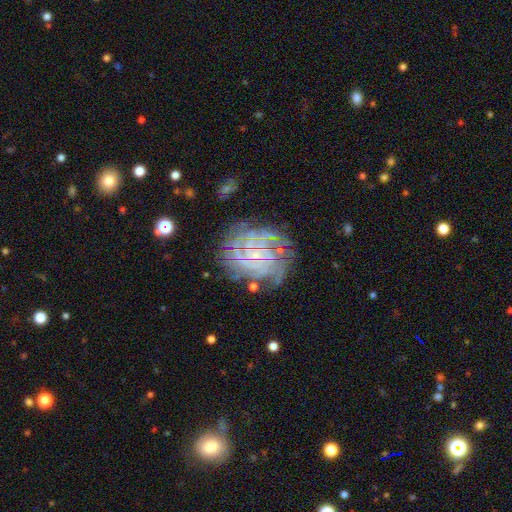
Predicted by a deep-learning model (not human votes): A featured or disk galaxy (77%) with no bar (53%), tight (74%) spiral arms (90%) and a small central bulge (64%).

Vote fractions:
- Smooth or featured? featured or disk: 77% / star or artifact: 12% / smooth: 11%
- Edge-on disk? no: 97% / yes: 3%
- Bar? no: 53% / weak: 36% / strong: 11%
- Spiral arms? yes: 90% / no: 10%
- Spiral winding? tight: 74% / medium: 20% / loose: 6%
- Spiral arm count? can't tell: 41% / more than 4: 16% / 4: 15% / 3: 11% / 2: 10% / 1: 7%
- Bulge size? small: 64% / none: 20% / moderate: 14% / large: 2% / dominant: 1%
- Merging? none: 72% / minor disturbance: 16% / major disturbance: 9% / merger: 3%